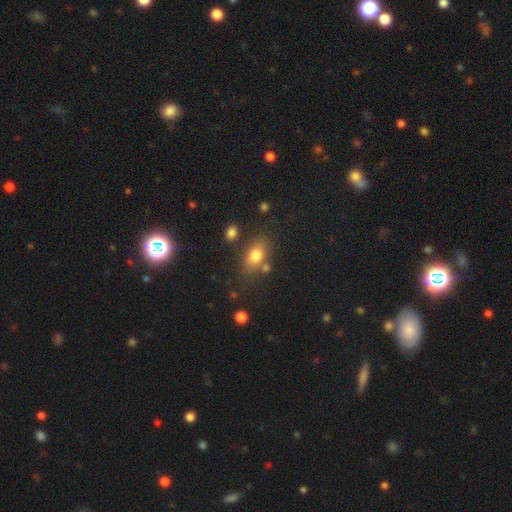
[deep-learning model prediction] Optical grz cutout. It shows a smooth galaxy with no disk features (79%) that is in between round and cigar-shaped (76%). Merging: none (69%).